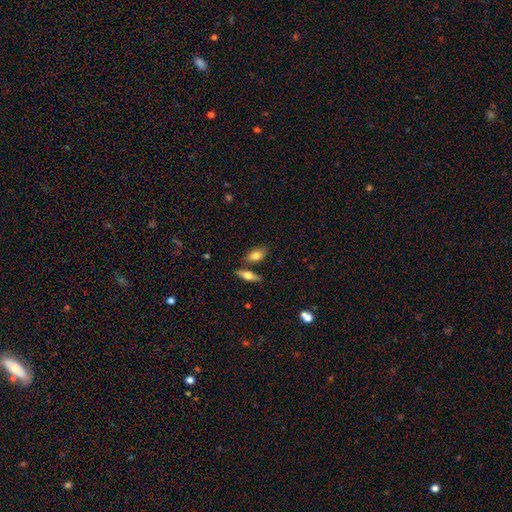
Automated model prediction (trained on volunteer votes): Smooth or featured?
  - smooth: 79% *
  - featured or disk: 14%
  - star or artifact: 7%
How rounded?
  - in between: 86% *
  - cigar-shaped: 9%
  - round: 5%
Merging?
  - none: 70% *
  - merger: 15%
  - minor disturbance: 12%
  - major disturbance: 3%